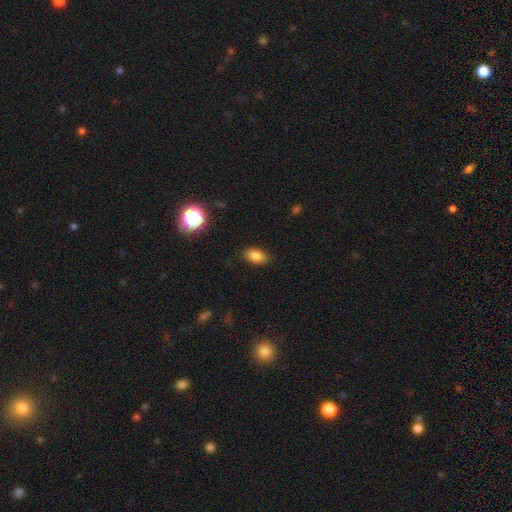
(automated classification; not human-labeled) smooth-or-featured: smooth: 84% | star or artifact: 11% | featured or disk: 5%
  how-rounded: in between: 88% | round: 9% | cigar-shaped: 2%
  merging: none: 86% | minor disturbance: 10% | major disturbance: 3% | merger: 1%